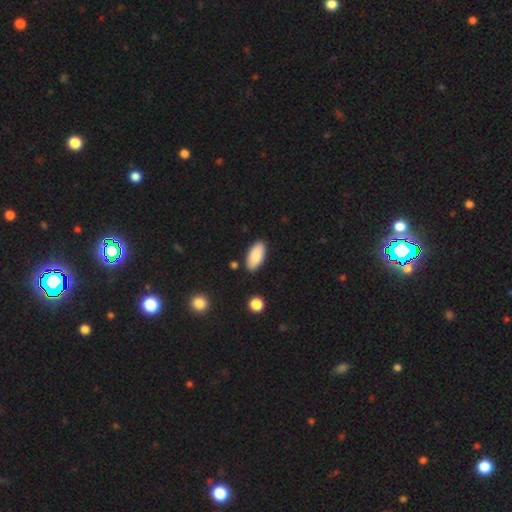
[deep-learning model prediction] smooth-or-featured: smooth: 86% | featured or disk: 8% | star or artifact: 6%
  how-rounded: in between: 91% | cigar-shaped: 7% | round: 2%
  merging: none: 86% | minor disturbance: 10% | merger: 2% | major disturbance: 2%